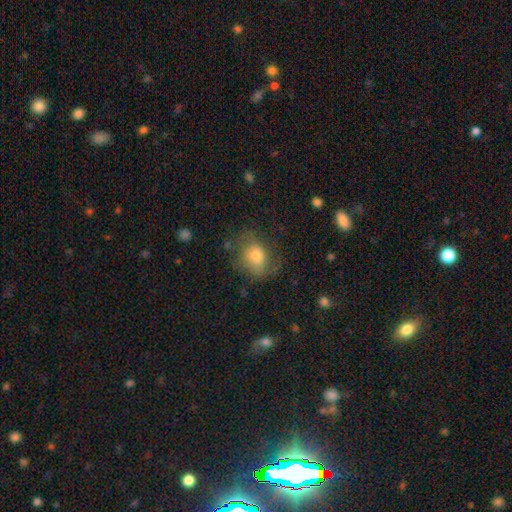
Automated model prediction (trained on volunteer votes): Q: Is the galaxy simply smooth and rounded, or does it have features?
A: smooth — 65%.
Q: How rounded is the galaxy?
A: round — 51%.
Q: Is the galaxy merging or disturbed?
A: none — 59%.